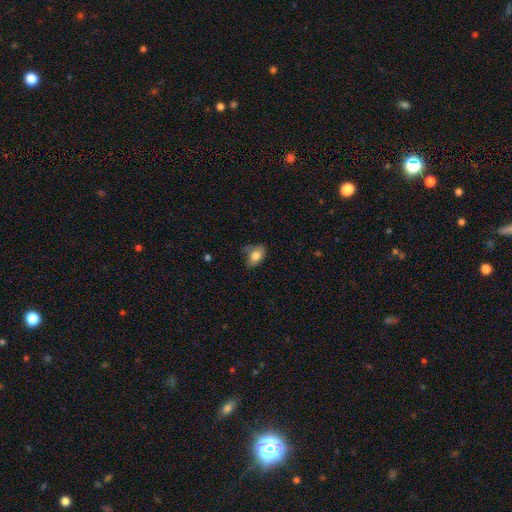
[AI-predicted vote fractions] smooth_or_featured: smooth (p=0.78) [alt: featured or disk p=0.14]
how_rounded: in between (p=0.81) [alt: round p=0.17]
merging: none (p=0.49) [alt: minor disturbance p=0.36]